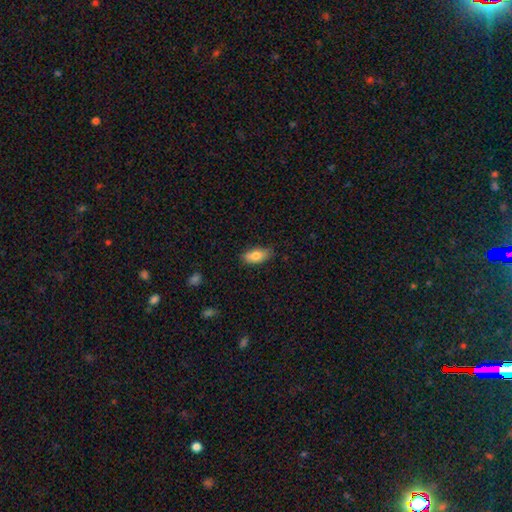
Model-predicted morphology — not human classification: Smooth or featured? smooth (81%)
How rounded? in between (88%)
Merging? none (78%)